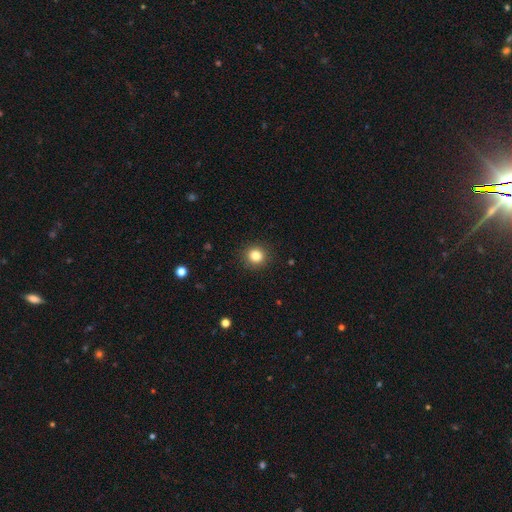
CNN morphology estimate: smooth_or_featured: smooth (p=0.83) [alt: star or artifact p=0.11]
how_rounded: round (p=0.91) [alt: in between p=0.08]
merging: none (p=0.91) [alt: minor disturbance p=0.06]